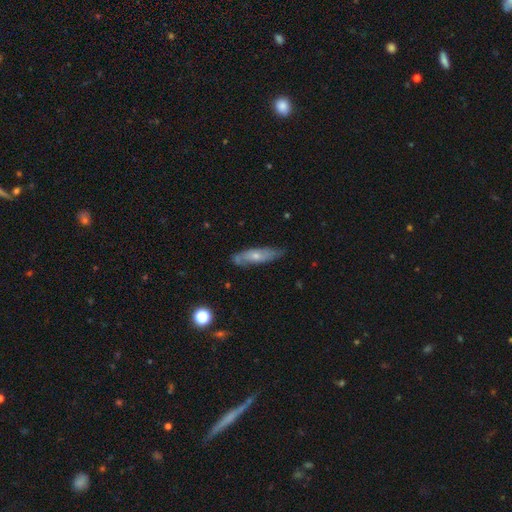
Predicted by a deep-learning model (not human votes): Smooth or featured?
  - featured or disk: 50% *
  - smooth: 43%
  - star or artifact: 7%
Edge-on disk?
  - no: 62% *
  - yes: 38%
Merging?
  - none: 71% *
  - minor disturbance: 22%
  - major disturbance: 5%
  - merger: 2%